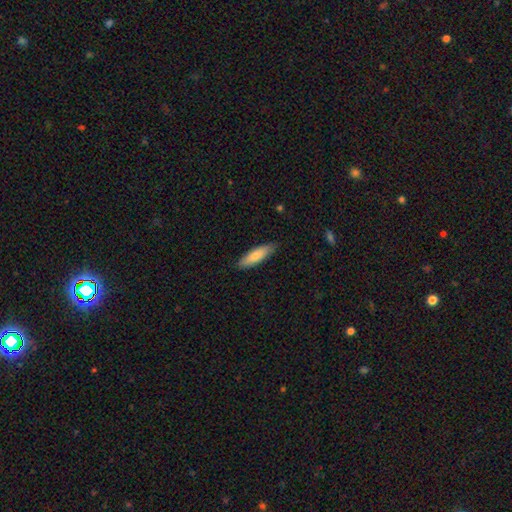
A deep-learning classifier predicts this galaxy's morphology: Smooth or featured? Predicted: smooth (p=0.79). How rounded? Predicted: cigar-shaped (p=0.58). Merging? Predicted: none (p=0.86).